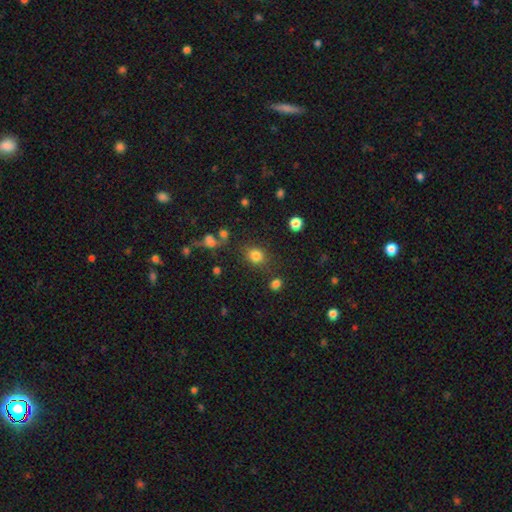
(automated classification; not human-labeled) Smooth or featured: smooth — 81% (star or artifact — 13%)
How rounded: round — 72% (in between — 26%)
Merging: none — 77% (minor disturbance — 12%)